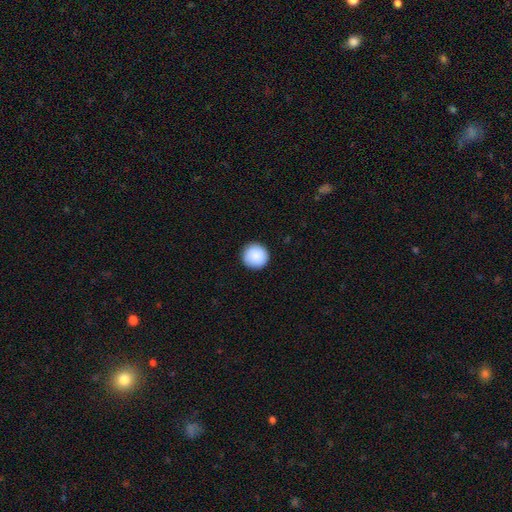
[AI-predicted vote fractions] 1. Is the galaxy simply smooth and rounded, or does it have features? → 89% smooth, 7% star or artifact, 4% featured or disk.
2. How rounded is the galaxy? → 96% round, 3% in between, 1% cigar-shaped.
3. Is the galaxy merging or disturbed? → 92% none, 6% minor disturbance, 2% major disturbance, 1% merger.